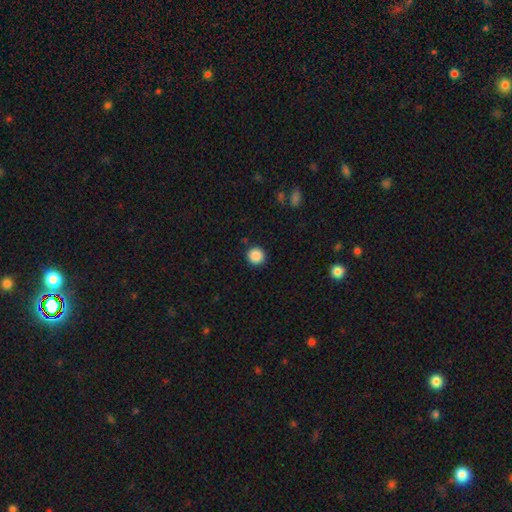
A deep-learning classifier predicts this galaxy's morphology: Q: Smooth or featured?
A: smooth (88%); runner-up: star or artifact (10%)
Q: How rounded?
A: round (95%); runner-up: in between (4%)
Q: Merging?
A: none (90%); runner-up: minor disturbance (6%)